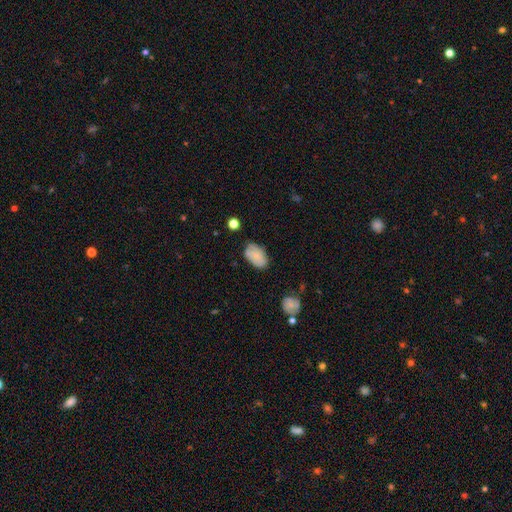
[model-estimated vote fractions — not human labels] A smooth galaxy with no disk features (67%) that is in between round and cigar-shaped (91%).

Vote fractions:
- Smooth or featured? smooth: 67% / featured or disk: 25% / star or artifact: 8%
- How rounded? in between: 91% / round: 7% / cigar-shaped: 2%
- Merging? none: 68% / minor disturbance: 24% / major disturbance: 5% / merger: 2%